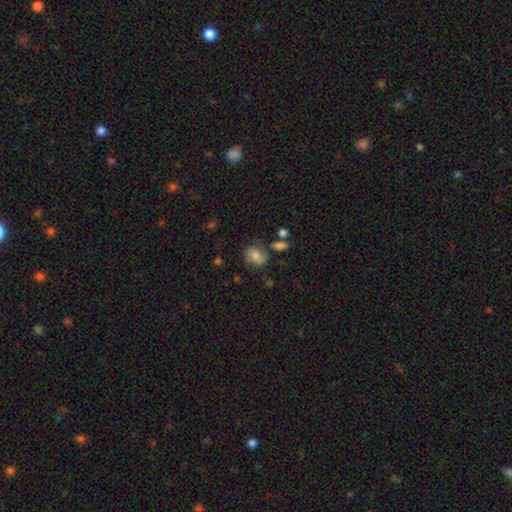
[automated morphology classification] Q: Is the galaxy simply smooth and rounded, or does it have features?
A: smooth — 64%.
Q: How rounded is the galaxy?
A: in between — 51%.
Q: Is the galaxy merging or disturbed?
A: none — 63%.